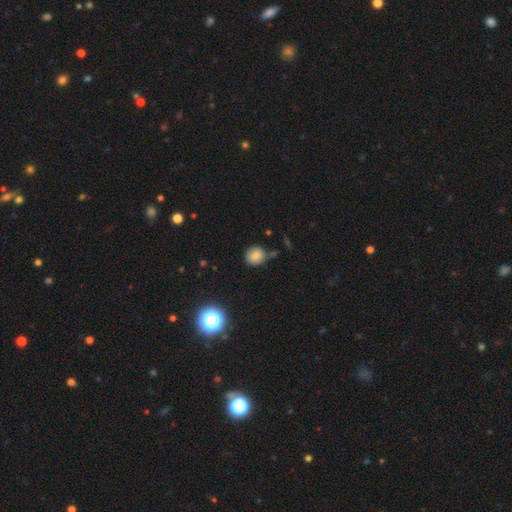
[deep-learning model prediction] This is likely a smooth galaxy (80%). How rounded: likely round (73%). Merging: likely none (70%).